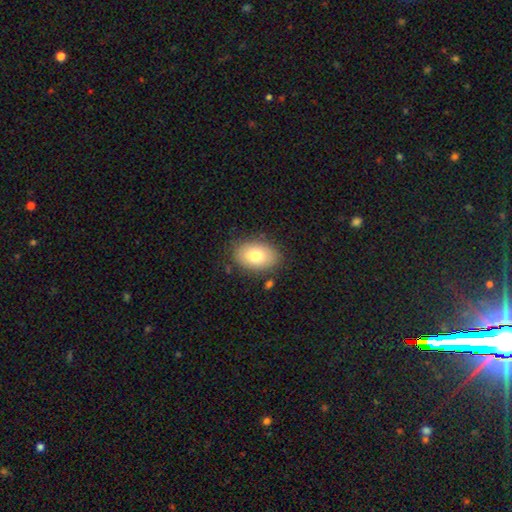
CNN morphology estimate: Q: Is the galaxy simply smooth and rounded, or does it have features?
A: smooth — 77%.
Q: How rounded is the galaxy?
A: in between — 87%.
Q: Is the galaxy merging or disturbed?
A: none — 83%.